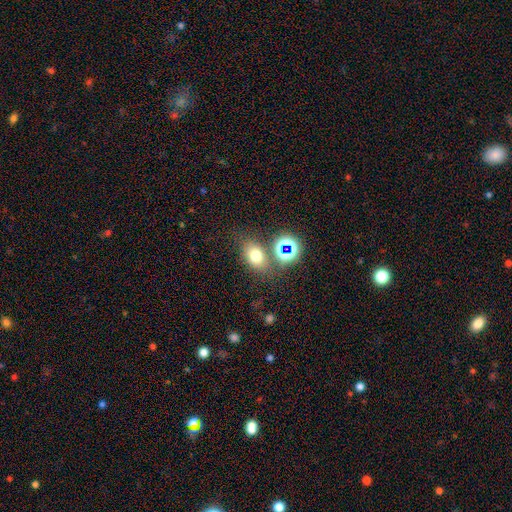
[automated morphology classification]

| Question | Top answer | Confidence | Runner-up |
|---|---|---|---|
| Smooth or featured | smooth | 69% | star or artifact (20%) |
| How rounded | in between | 62% | round (36%) |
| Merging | none | 70% | merger (13%) |